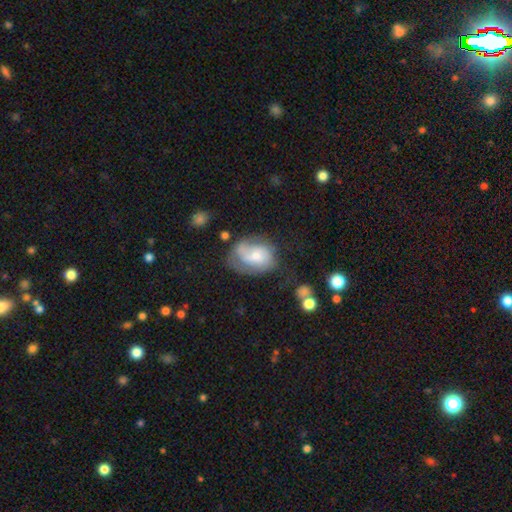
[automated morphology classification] smooth-or-featured: featured or disk: 48% | smooth: 44% | star or artifact: 8%
  merging: none: 38% | minor disturbance: 28% | major disturbance: 27% | merger: 8%